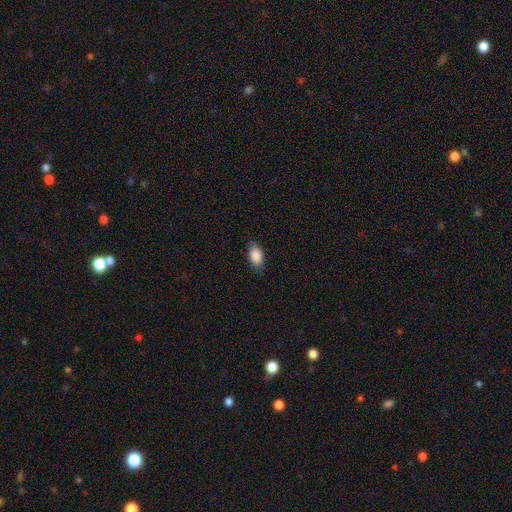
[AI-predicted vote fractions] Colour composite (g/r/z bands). It shows a smooth galaxy with no disk features (88%) that is in between round and cigar-shaped (92%). Merging: none (82%).